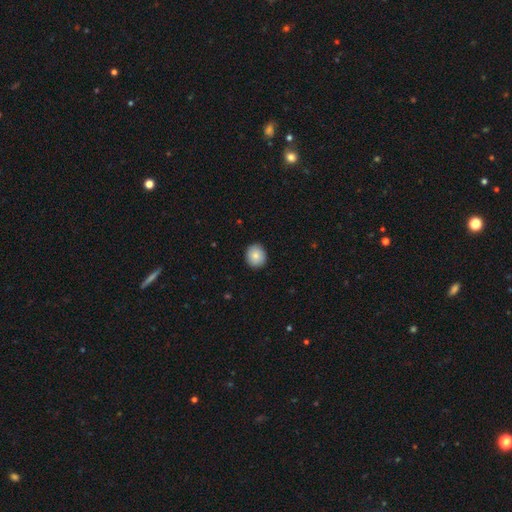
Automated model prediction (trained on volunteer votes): The model was most divided on "how rounded": round: 83%, in between: 16%, cigar-shaped: 1%. More confident: merging — none (90%); smooth or featured — smooth (85%).